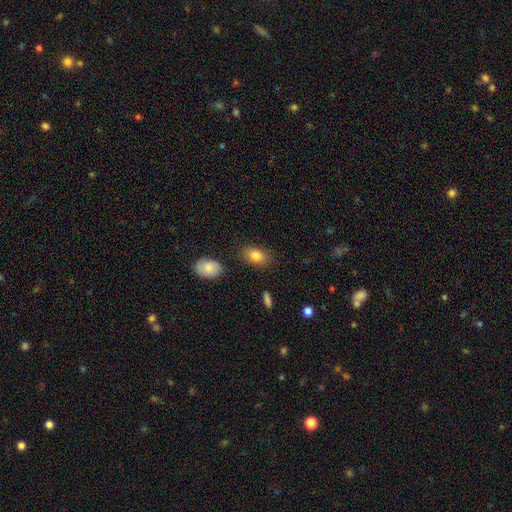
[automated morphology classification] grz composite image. It shows a smooth galaxy with no disk features (83%) that is in between round and cigar-shaped (86%). Merging: none (82%).